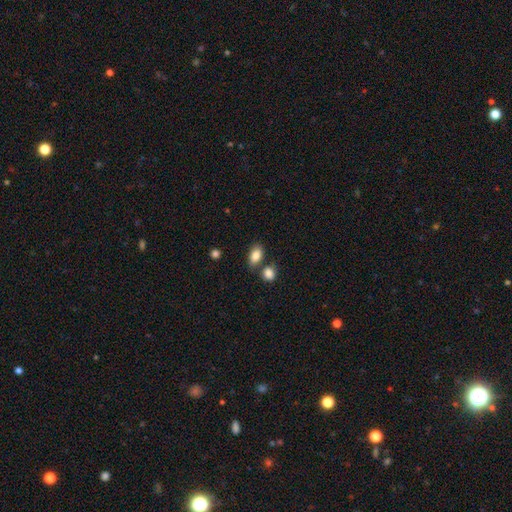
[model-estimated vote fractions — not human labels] The model was most divided on "merging": none: 63%, merger: 20%, minor disturbance: 13%, major disturbance: 4%. More confident: how rounded — in between (88%); smooth or featured — smooth (85%).